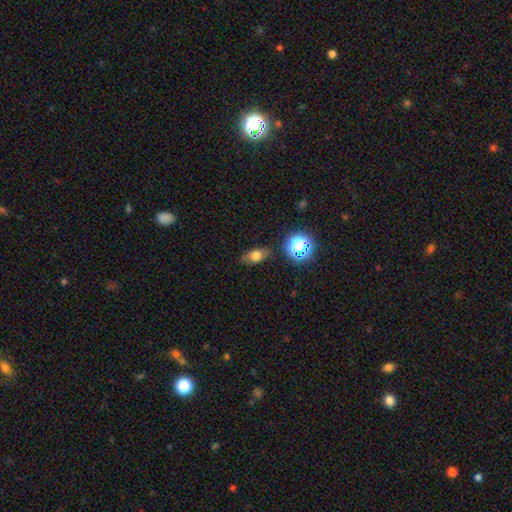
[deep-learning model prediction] Overall: smooth (69%). How rounded: in between (77%). Merging: none (80%).